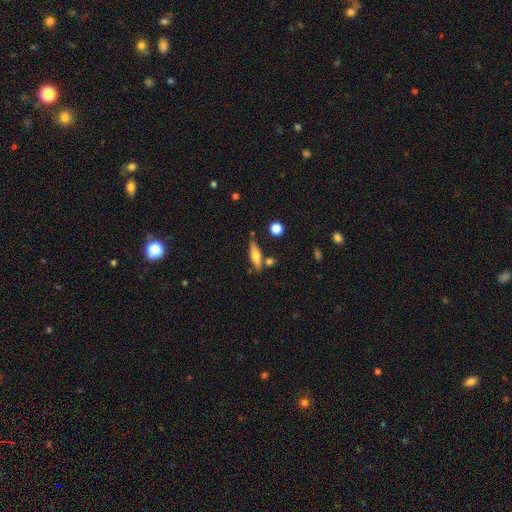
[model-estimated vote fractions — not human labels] This appears to be a smooth galaxy with no disk features (52%) that is cigar-shaped (62%). Merging: none (76%).